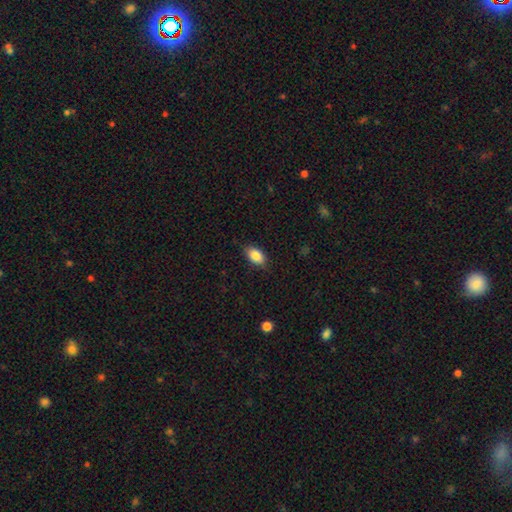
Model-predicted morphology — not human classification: Smooth or featured?
  - smooth: 87% *
  - star or artifact: 7%
  - featured or disk: 6%
How rounded?
  - in between: 91% *
  - round: 7%
  - cigar-shaped: 2%
Merging?
  - none: 84% *
  - minor disturbance: 12%
  - major disturbance: 2%
  - merger: 1%